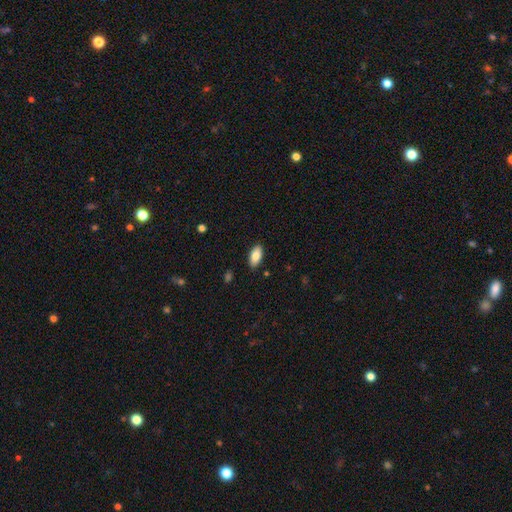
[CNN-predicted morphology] smooth_or_featured: smooth (p=0.87) [alt: star or artifact p=0.07]
how_rounded: in between (p=0.92) [alt: cigar-shaped p=0.06]
merging: none (p=0.89) [alt: minor disturbance p=0.08]